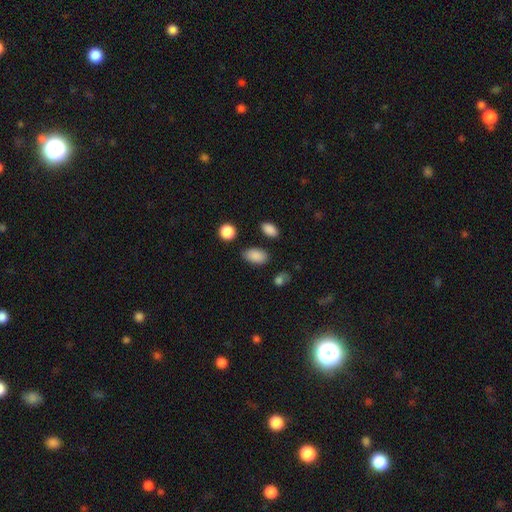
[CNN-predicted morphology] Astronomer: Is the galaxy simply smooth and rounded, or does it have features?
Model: smooth — 87%.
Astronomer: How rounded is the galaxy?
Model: in between — 92%.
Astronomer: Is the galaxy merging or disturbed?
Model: none — 83%.